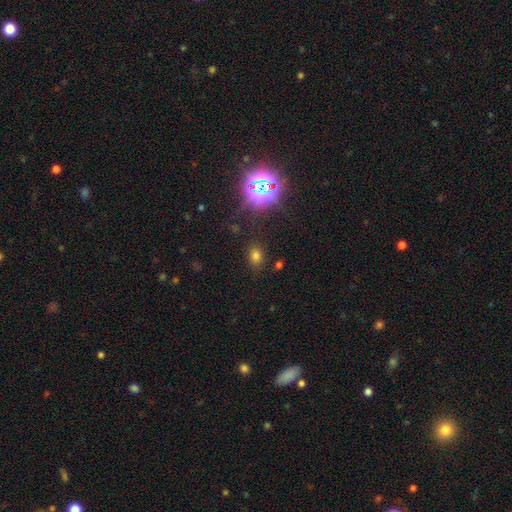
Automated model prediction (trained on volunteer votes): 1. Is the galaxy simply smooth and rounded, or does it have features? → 66% smooth, 27% star or artifact, 7% featured or disk.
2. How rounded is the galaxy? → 67% in between, 32% round, 2% cigar-shaped.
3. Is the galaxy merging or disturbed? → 81% none, 11% minor disturbance, 4% major disturbance, 3% merger.